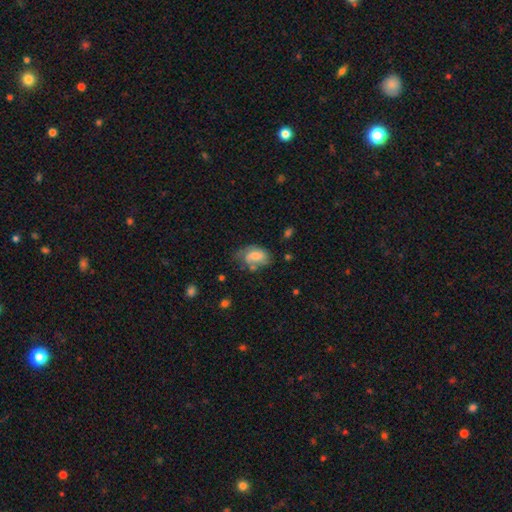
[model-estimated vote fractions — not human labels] Smooth or featured?
  - smooth: 64% *
  - featured or disk: 28%
  - star or artifact: 8%
How rounded?
  - in between: 86% *
  - round: 12%
  - cigar-shaped: 2%
Merging?
  - none: 41% *
  - minor disturbance: 33%
  - major disturbance: 18%
  - merger: 8%